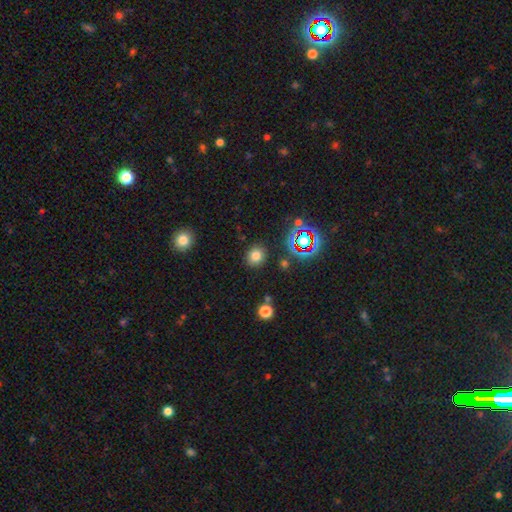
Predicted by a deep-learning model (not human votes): A smooth galaxy with no disk features (76%) that is round (78%).

Vote fractions:
- Smooth or featured? smooth: 76% / star or artifact: 17% / featured or disk: 7%
- How rounded? round: 78% / in between: 21% / cigar-shaped: 1%
- Merging? none: 87% / minor disturbance: 8% / major disturbance: 3% / merger: 2%